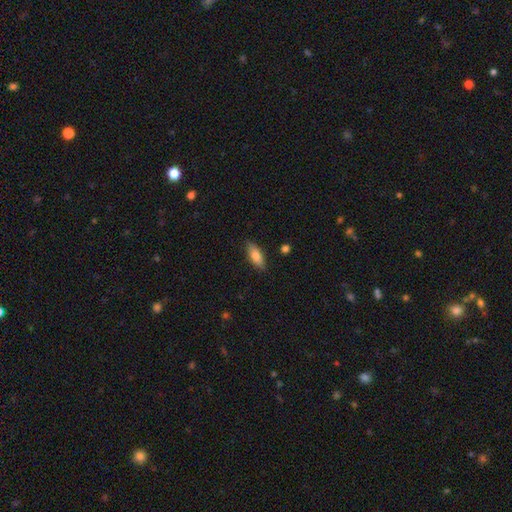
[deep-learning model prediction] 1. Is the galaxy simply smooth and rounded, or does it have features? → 77% smooth, 16% featured or disk, 7% star or artifact.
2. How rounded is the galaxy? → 71% in between, 26% cigar-shaped, 3% round.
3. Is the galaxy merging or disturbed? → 85% none, 12% minor disturbance, 2% major disturbance, 2% merger.